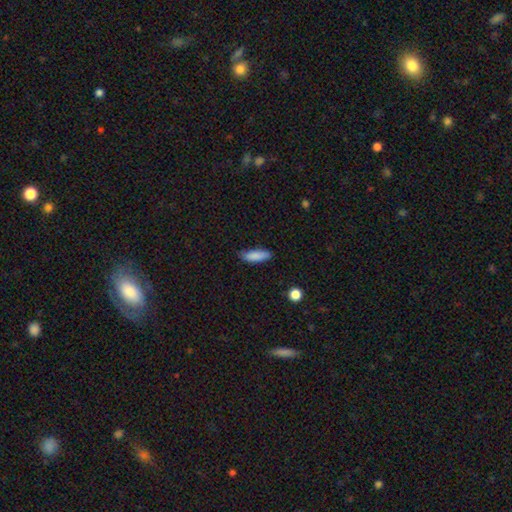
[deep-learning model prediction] smooth_or_featured: smooth (p=0.87) [alt: star or artifact p=0.07]
how_rounded: in between (p=0.54) [alt: cigar-shaped p=0.44]
merging: none (p=0.78) [alt: minor disturbance p=0.18]